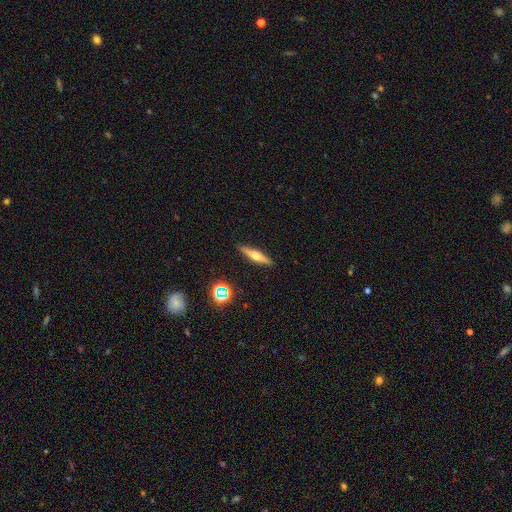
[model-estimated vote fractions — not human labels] Smooth or featured? featured or disk (58%)
Edge-on disk? yes (96%)
Edge-on bulge? rounded (92%)
Merging? none (90%)